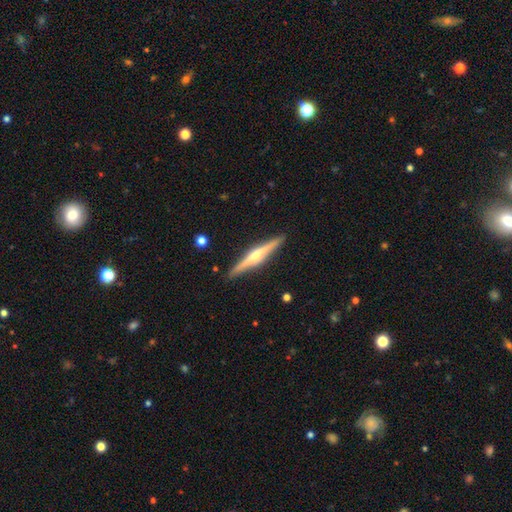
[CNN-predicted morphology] A featured or disk galaxy (78%) viewed edge-on (98%) with a rounded central bulge (90%). Merging: none (91%).